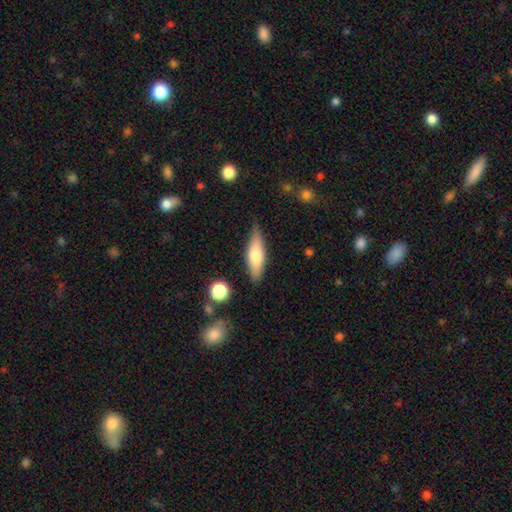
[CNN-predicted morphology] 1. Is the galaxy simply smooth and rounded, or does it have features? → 66% smooth, 28% featured or disk, 6% star or artifact.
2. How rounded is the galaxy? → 52% cigar-shaped, 45% in between, 2% round.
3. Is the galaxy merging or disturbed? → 78% none, 16% minor disturbance, 3% major disturbance, 2% merger.